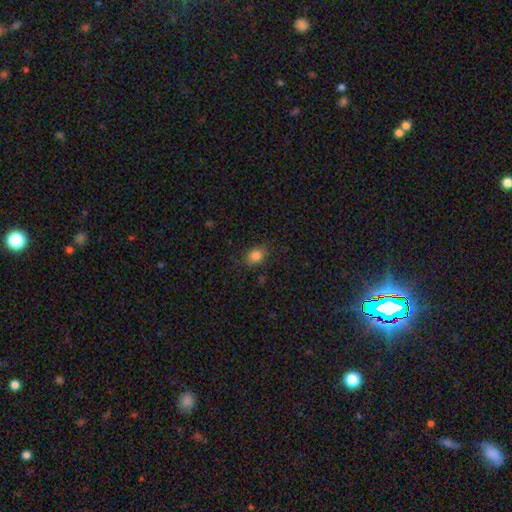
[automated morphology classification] The model was most divided on "how rounded": in between: 59%, round: 40%, cigar-shaped: 1%. More confident: smooth or featured — smooth (84%); merging — none (82%).